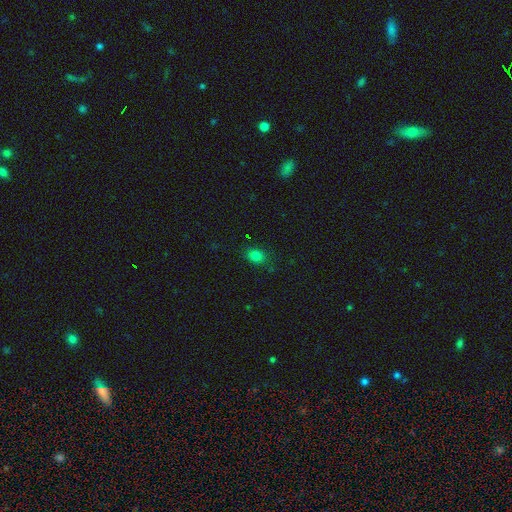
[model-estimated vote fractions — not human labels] A smooth galaxy with no disk features (79%) that is in between round and cigar-shaped (59%). Merging: none (83%).